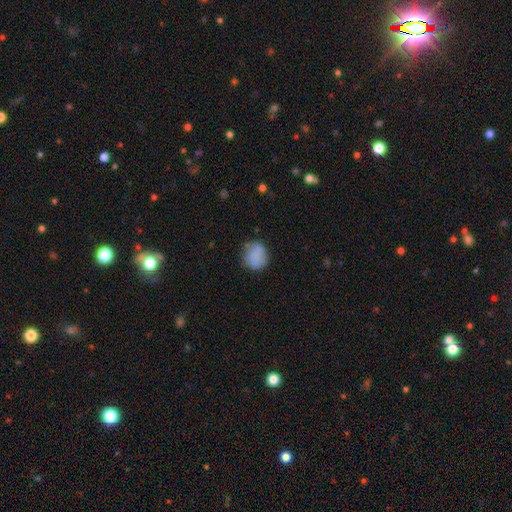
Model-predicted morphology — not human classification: smooth 77%, featured or disk 14%, star or artifact 8%. Down the decision tree: how rounded — round (74%); merging — none (69%).